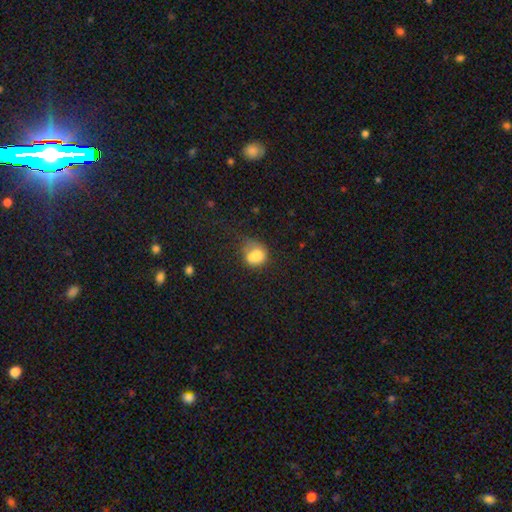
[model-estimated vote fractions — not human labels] Morphology: type=smooth (75%); roundness=round (60%); merging=none (29%).